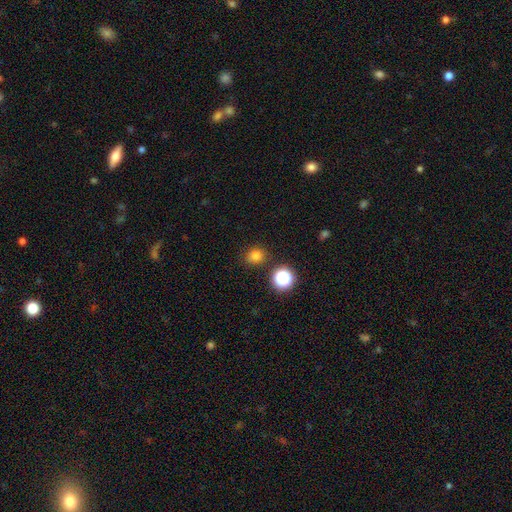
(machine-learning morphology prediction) Q: Smooth or featured?
A: smooth (78%); runner-up: star or artifact (17%)
Q: How rounded?
A: round (79%); runner-up: in between (20%)
Q: Merging?
A: none (84%); runner-up: minor disturbance (10%)